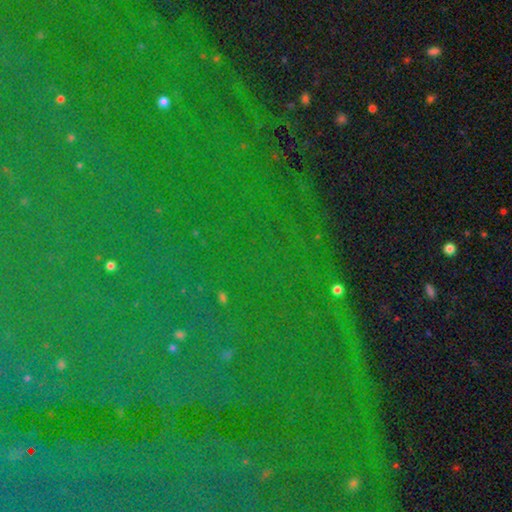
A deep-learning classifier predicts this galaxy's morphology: A star or artifact, not a galaxy (84%).